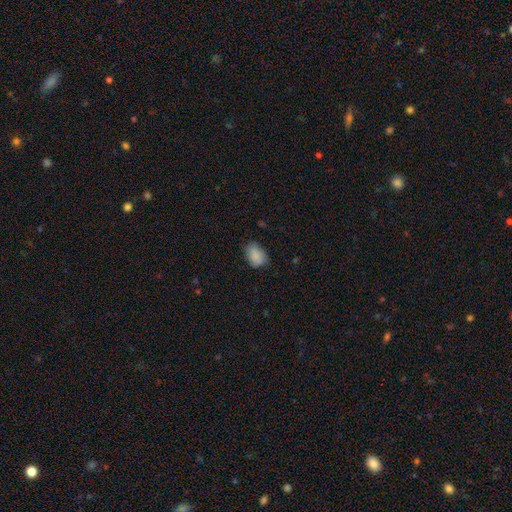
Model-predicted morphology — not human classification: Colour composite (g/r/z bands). It shows a smooth galaxy with no disk features (86%) that is in between round and cigar-shaped (80%). Merging: none (68%).